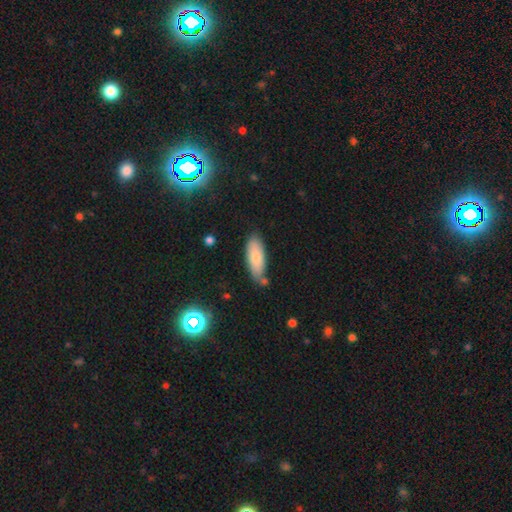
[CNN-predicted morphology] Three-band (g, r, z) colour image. It shows a smooth galaxy with no disk features (77%) that is in between round and cigar-shaped (72%). Merging: none (70%).